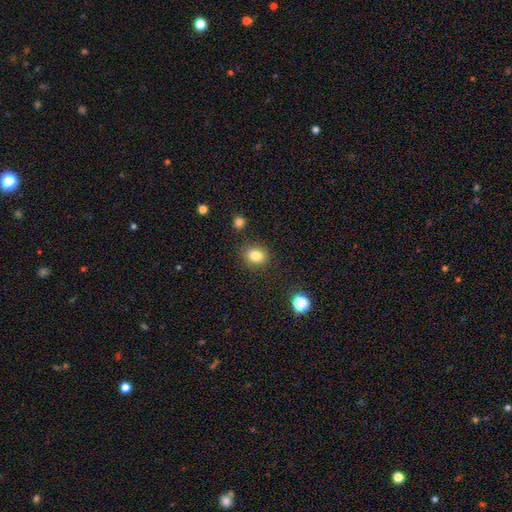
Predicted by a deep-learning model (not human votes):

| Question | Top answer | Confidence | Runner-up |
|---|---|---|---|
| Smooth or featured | smooth | 83% | star or artifact (11%) |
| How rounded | round | 57% | in between (42%) |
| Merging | none | 83% | minor disturbance (11%) |